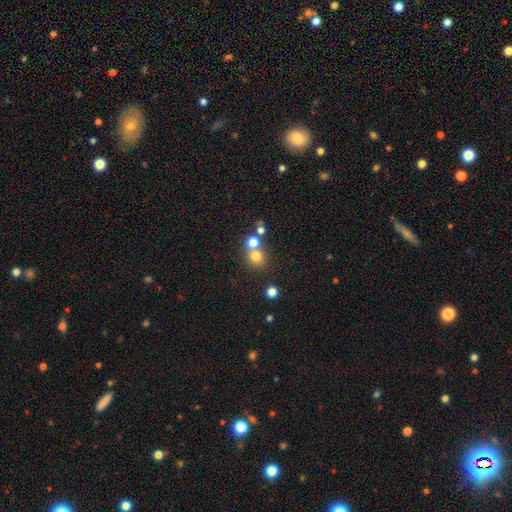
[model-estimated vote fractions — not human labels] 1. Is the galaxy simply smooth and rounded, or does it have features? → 74% smooth, 15% star or artifact, 10% featured or disk.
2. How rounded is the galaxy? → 85% round, 14% in between, 1% cigar-shaped.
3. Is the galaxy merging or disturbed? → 52% none, 39% merger, 6% minor disturbance, 3% major disturbance.